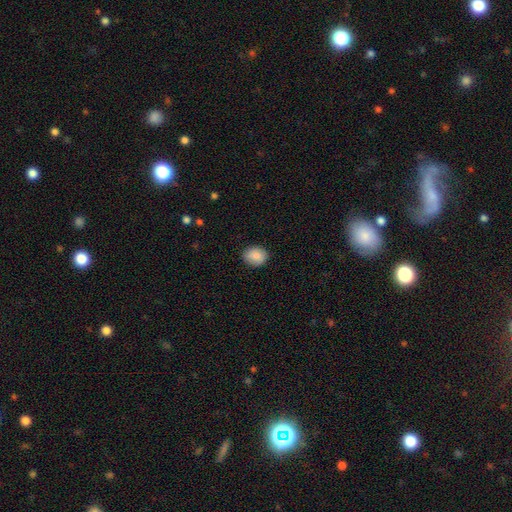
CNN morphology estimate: The model was most divided on "how rounded": round: 55%, in between: 44%, cigar-shaped: 1%. More confident: smooth or featured — smooth (86%); merging — none (86%).